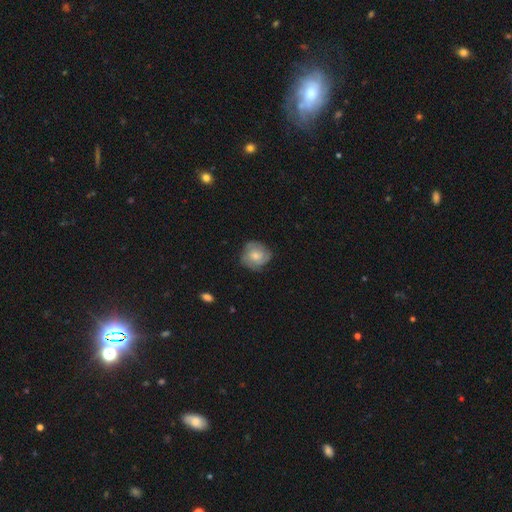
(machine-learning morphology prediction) This is possibly a smooth galaxy (47%). Merging: likely none (73%).